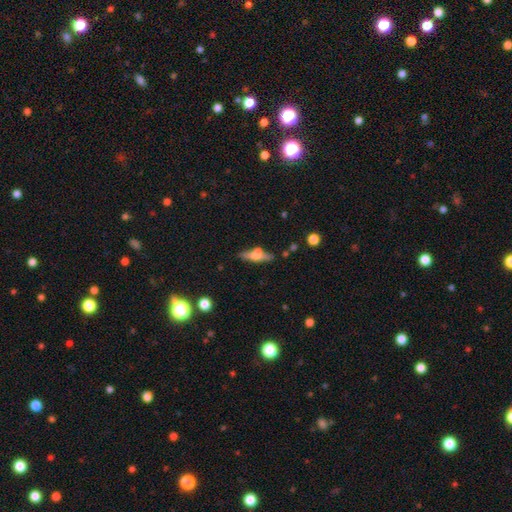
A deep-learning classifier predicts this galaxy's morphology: Smooth or featured? smooth (47%)
Merging? none (69%)